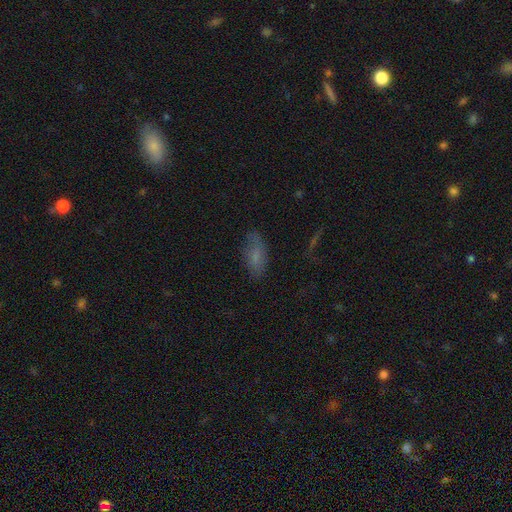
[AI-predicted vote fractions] Smooth or featured? smooth (70%)
How rounded? in between (83%)
Merging? none (72%)